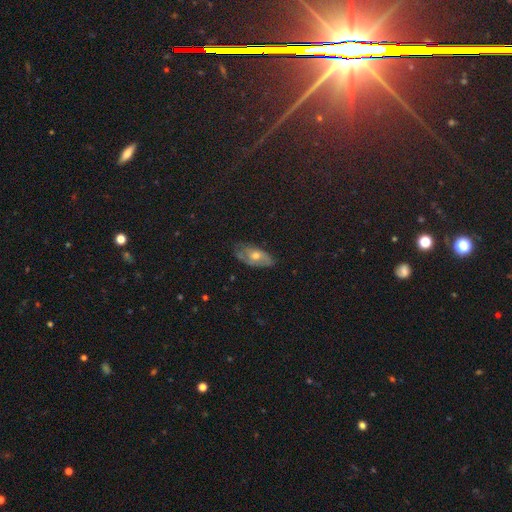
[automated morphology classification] A featured or disk galaxy (50%). Merging: none (70%).